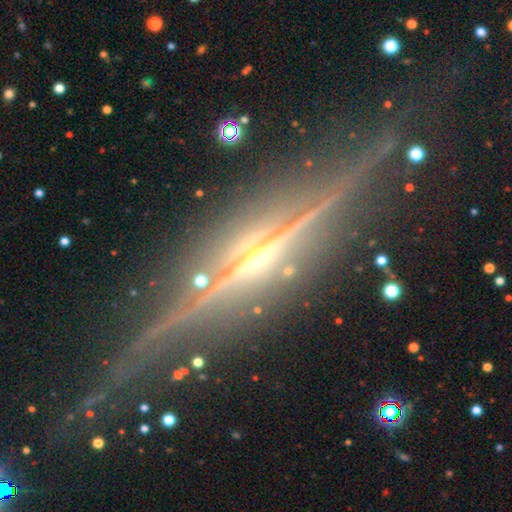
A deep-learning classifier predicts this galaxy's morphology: This appears to be a featured or disk galaxy (86%) viewed edge-on (95%) with a rounded central bulge (84%). Merging: none (83%).